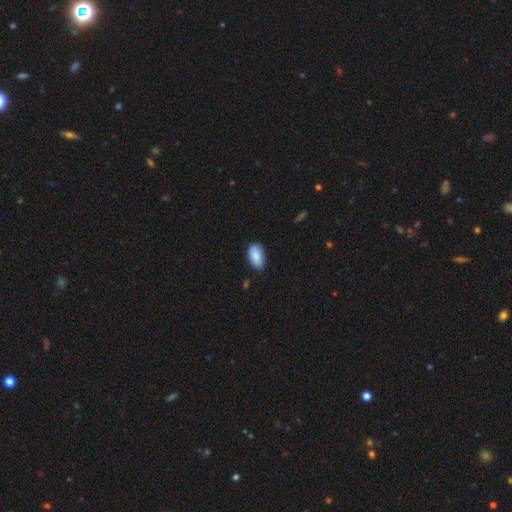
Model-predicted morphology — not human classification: Overall: smooth (89%). How rounded: in between (94%). Merging: none (80%).